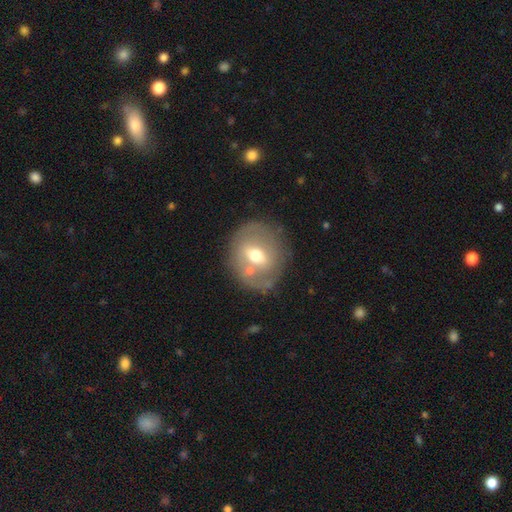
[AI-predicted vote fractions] The model was most divided on "smooth or featured": featured or disk: 51%, smooth: 41%, star or artifact: 8%. More confident: edge-on disk — no (91%); merging — none (72%).